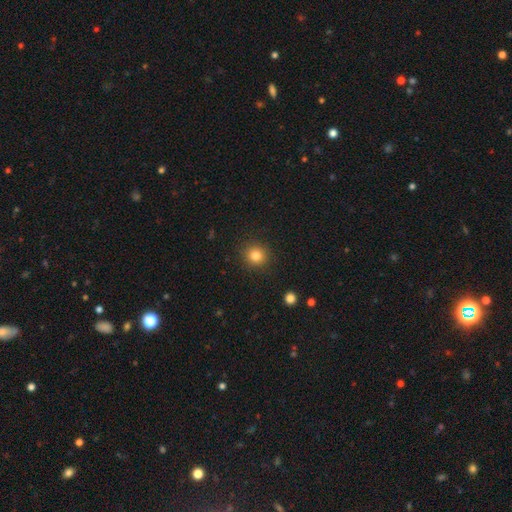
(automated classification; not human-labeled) Smooth or featured?
  - smooth: 82% *
  - star or artifact: 12%
  - featured or disk: 6%
How rounded?
  - round: 90% *
  - in between: 9%
  - cigar-shaped: 1%
Merging?
  - none: 91% *
  - minor disturbance: 6%
  - major disturbance: 2%
  - merger: 1%